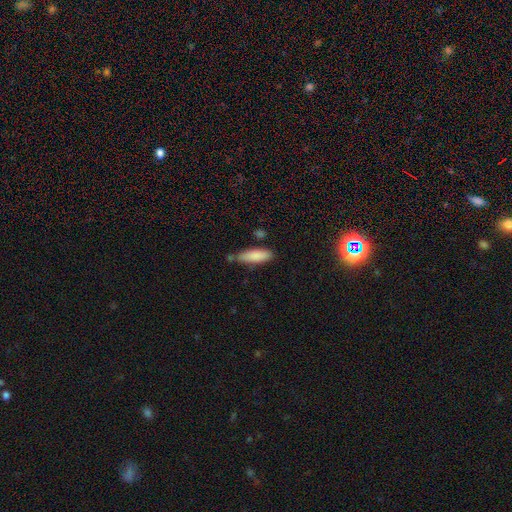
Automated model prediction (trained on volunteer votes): Smooth or featured?
  - smooth: 85% *
  - featured or disk: 9%
  - star or artifact: 6%
How rounded?
  - cigar-shaped: 51% *
  - in between: 47%
  - round: 2%
Merging?
  - none: 67% *
  - minor disturbance: 20%
  - merger: 8%
  - major disturbance: 4%